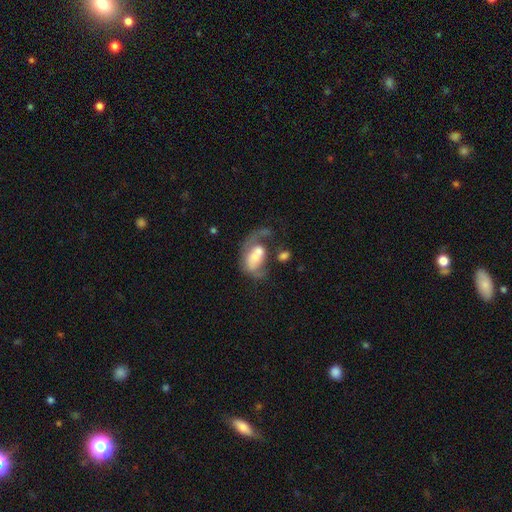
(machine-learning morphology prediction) The model was most divided on "smooth or featured" (2-way tie): featured or disk: 46%, smooth: 46%, star or artifact: 8%. Remaining: merging — merger (41%).